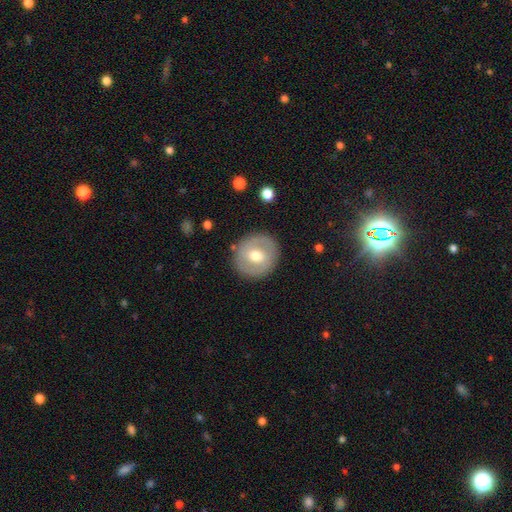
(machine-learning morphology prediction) A smooth galaxy with no disk features (48%).

Vote fractions:
- Smooth or featured? smooth: 48% / featured or disk: 45% / star or artifact: 6%
- Merging? none: 87% / minor disturbance: 8% / major disturbance: 3% / merger: 1%